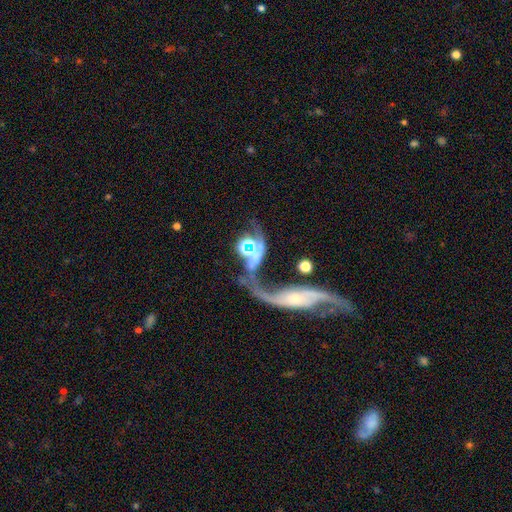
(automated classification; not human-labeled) Smooth or featured: featured or disk — 54% (smooth — 29%)
Edge-on disk: no — 87% (yes — 13%)
Merging: merger — 48% (major disturbance — 23%)